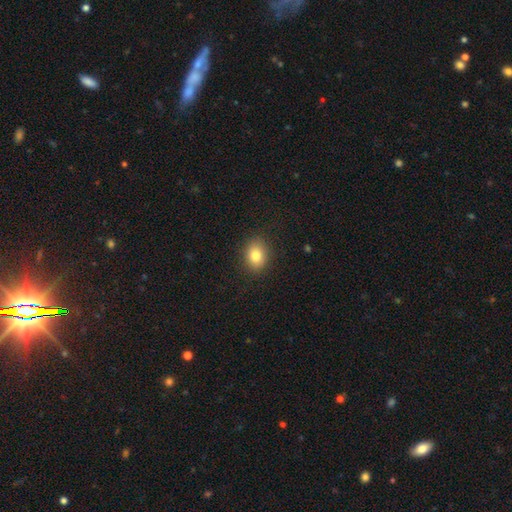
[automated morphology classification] This is clearly a smooth galaxy (81%). How rounded: possibly in between (56%). Merging: clearly none (88%).